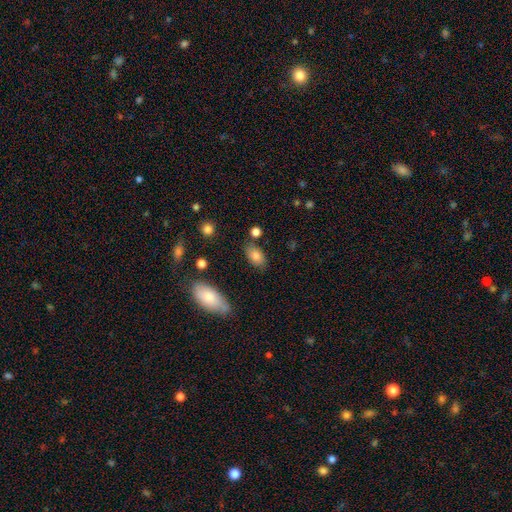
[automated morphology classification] smooth_or_featured: smooth (p=0.80) [alt: featured or disk p=0.12]
how_rounded: in between (p=0.89) [alt: round p=0.08]
merging: none (p=0.78) [alt: minor disturbance p=0.13]